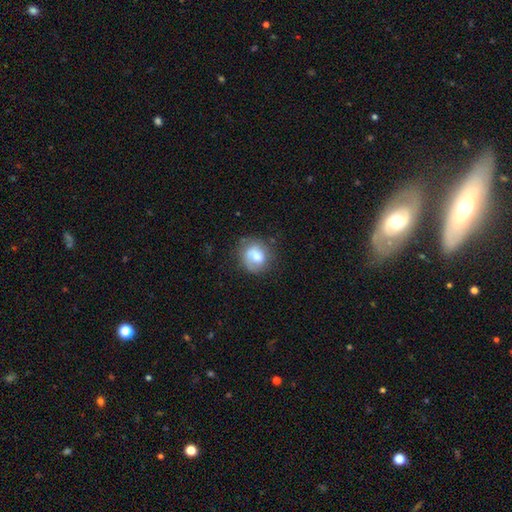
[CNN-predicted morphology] smooth_or_featured: smooth (p=0.58) [alt: featured or disk p=0.33]
how_rounded: round (p=0.73) [alt: in between p=0.26]
merging: none (p=0.66) [alt: minor disturbance p=0.22]